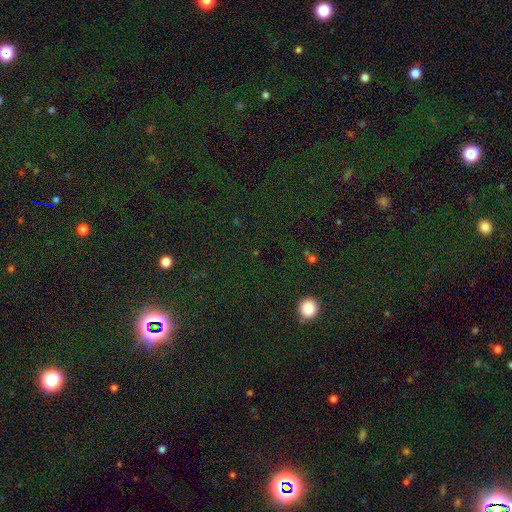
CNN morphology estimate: Q: Smooth or featured?
A: star or artifact (78%); runner-up: smooth (15%)